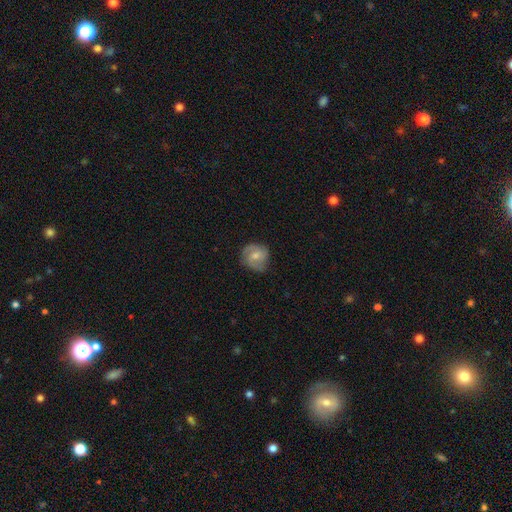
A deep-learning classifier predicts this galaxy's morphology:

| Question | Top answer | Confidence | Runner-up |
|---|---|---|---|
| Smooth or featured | smooth | 49% | featured or disk (44%) |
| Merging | none | 72% | minor disturbance (22%) |